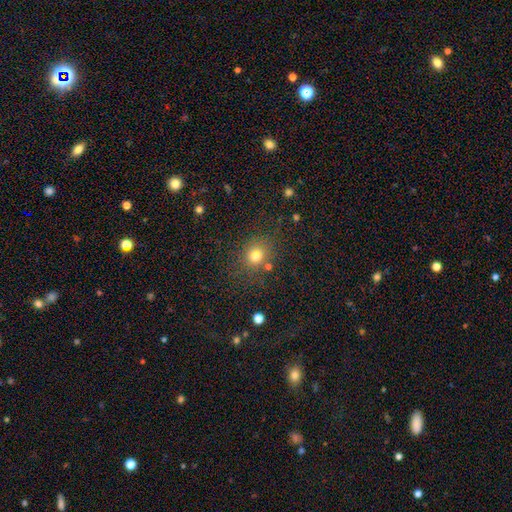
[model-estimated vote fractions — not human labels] Smooth or featured?
  - smooth: 76% *
  - star or artifact: 16%
  - featured or disk: 8%
How rounded?
  - round: 75% *
  - in between: 24%
  - cigar-shaped: 1%
Merging?
  - none: 78% *
  - minor disturbance: 12%
  - merger: 5%
  - major disturbance: 5%